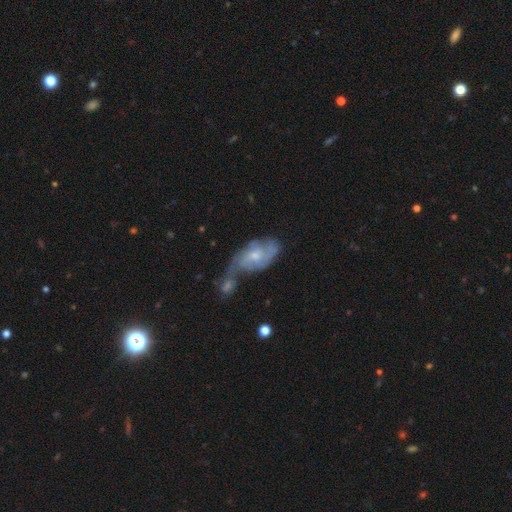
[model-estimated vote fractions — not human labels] Smooth or featured? featured or disk (64%)
Edge-on disk? no (94%)
Bar? no (65%)
Spiral arms? yes (76%)
Bulge size? moderate (47%)
Merging? merger (40%)